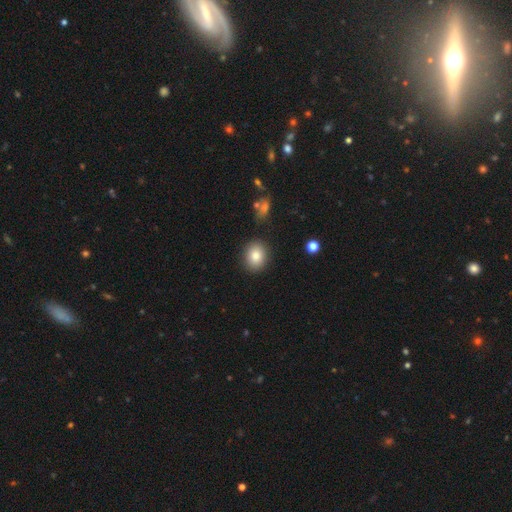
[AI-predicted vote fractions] Overall: smooth (84%). How rounded: round (56%; in between 43%). Merging: none (87%).